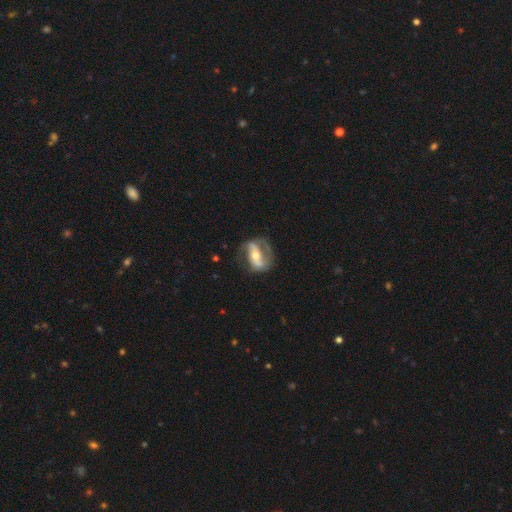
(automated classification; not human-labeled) This appears to be a featured or disk galaxy (79%) with a strong bar (48%), 2 (81%) medium (44%) spiral arms (87%) and a moderate central bulge (56%). Merging: none (60%).